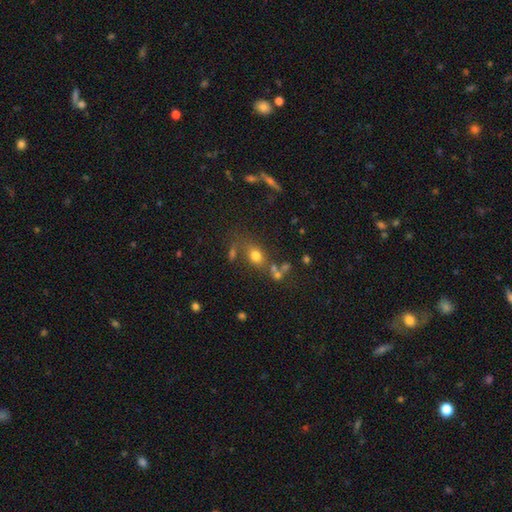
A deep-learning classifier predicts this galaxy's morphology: A smooth galaxy with no disk features (71%) that is in between round and cigar-shaped (59%). Merging: none (60%).